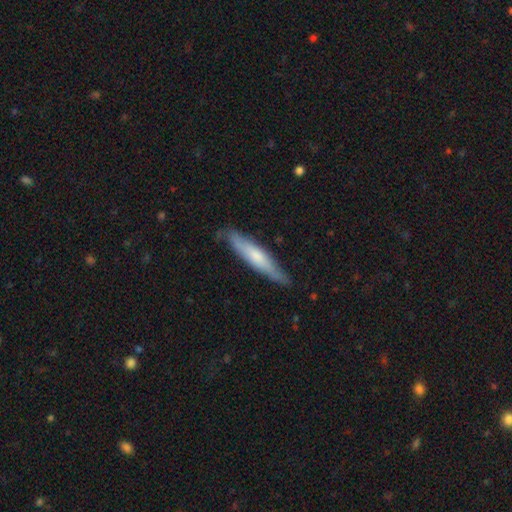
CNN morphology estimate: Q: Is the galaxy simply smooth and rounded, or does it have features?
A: smooth — 52%.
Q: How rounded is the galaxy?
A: cigar-shaped — 88%.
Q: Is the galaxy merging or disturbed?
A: none — 81%.